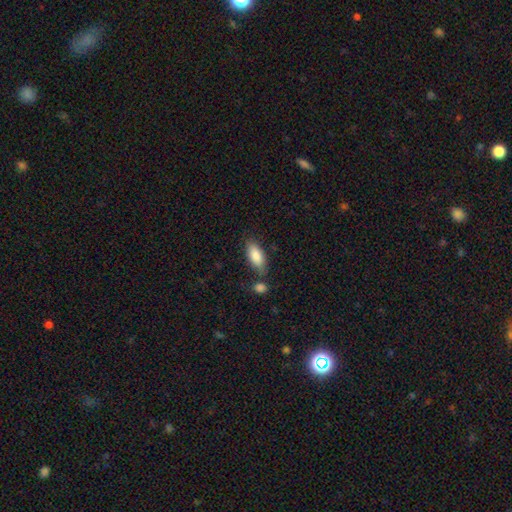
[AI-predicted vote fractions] smooth-or-featured: smooth: 86% | featured or disk: 8% | star or artifact: 6%
  how-rounded: in between: 85% | cigar-shaped: 13% | round: 2%
  merging: none: 68% | minor disturbance: 15% | merger: 13% | major disturbance: 4%